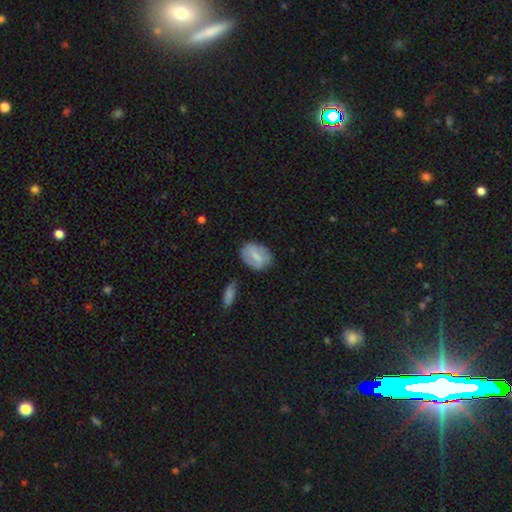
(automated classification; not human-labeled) smooth-or-featured: smooth: 62% | featured or disk: 31% | star or artifact: 7%
  how-rounded: in between: 81% | round: 17% | cigar-shaped: 2%
  merging: none: 73% | minor disturbance: 19% | major disturbance: 5% | merger: 3%